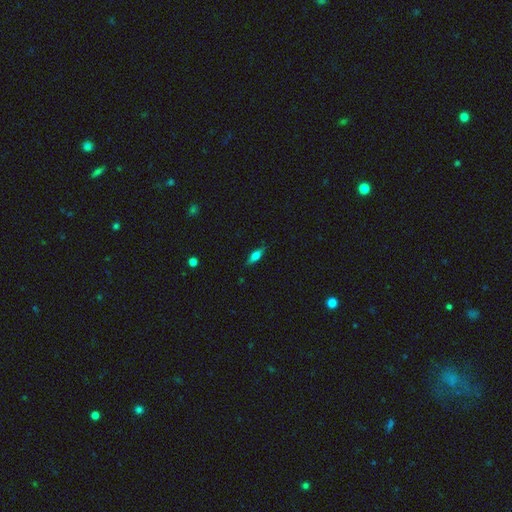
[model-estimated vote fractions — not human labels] Smooth or featured?
  - smooth: 50% *
  - featured or disk: 42%
  - star or artifact: 7%
How rounded?
  - in between: 48% * (tied)
  - cigar-shaped: 48% * (tied)
  - round: 4%
Merging?
  - none: 87% *
  - minor disturbance: 10%
  - major disturbance: 2%
  - merger: 1%